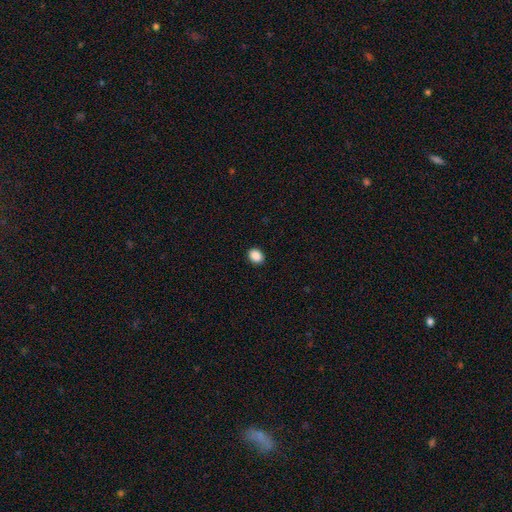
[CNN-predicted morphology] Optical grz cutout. It shows a smooth galaxy with no disk features (89%) that is in between round and cigar-shaped (59%). Merging: none (91%).